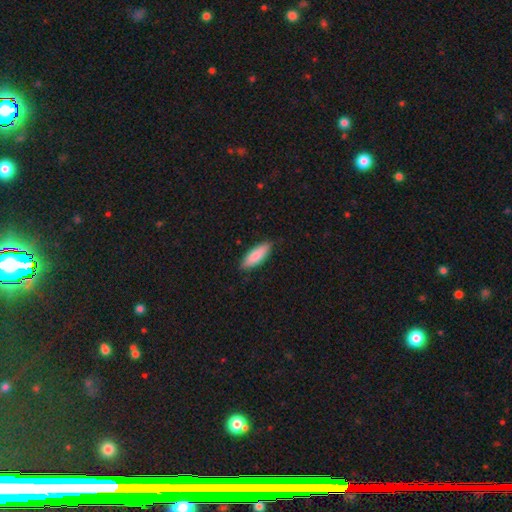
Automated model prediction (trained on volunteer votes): A smooth galaxy with no disk features (86%) that is in between round and cigar-shaped (58%). Merging: none (85%).